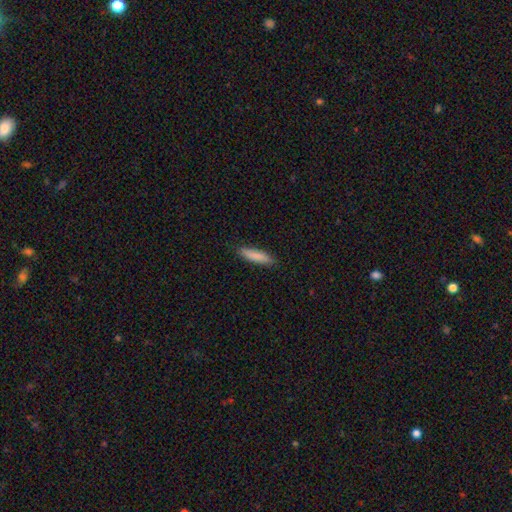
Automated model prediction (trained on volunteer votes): This is clearly a smooth galaxy (86%). How rounded: likely cigar-shaped (76%). Merging: clearly none (88%).